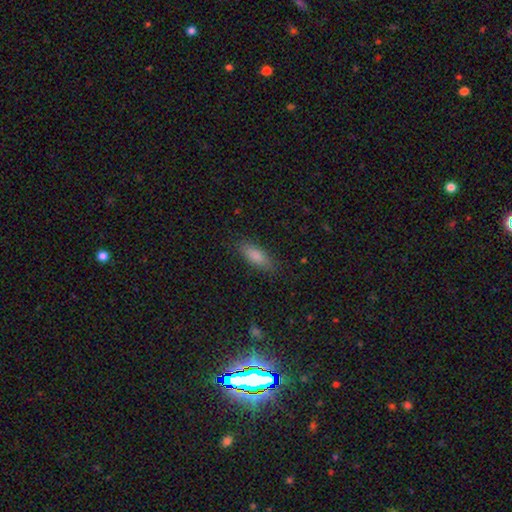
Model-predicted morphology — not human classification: Smooth or featured? smooth (85%)
How rounded? in between (70%)
Merging? none (84%)